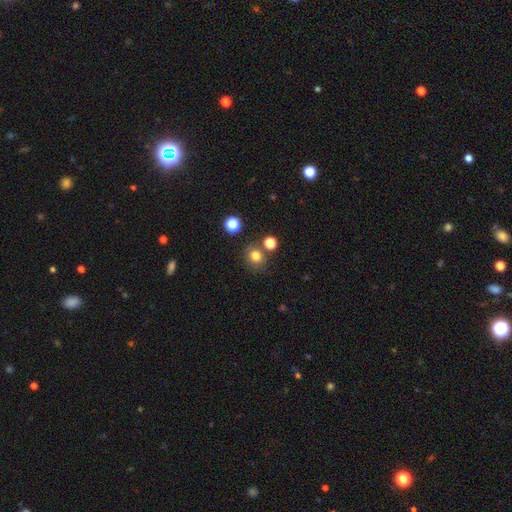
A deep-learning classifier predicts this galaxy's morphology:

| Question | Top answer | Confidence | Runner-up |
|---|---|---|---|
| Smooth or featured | smooth | 79% | star or artifact (15%) |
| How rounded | round | 83% | in between (16%) |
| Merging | none | 76% | merger (10%) |